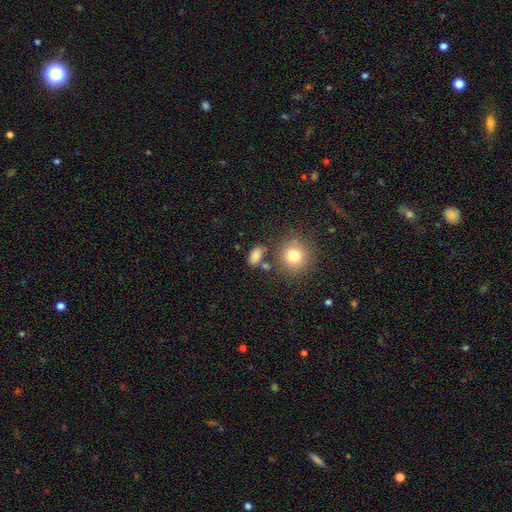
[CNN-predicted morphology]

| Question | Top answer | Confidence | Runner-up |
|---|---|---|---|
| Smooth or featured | smooth | 82% | star or artifact (12%) |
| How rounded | in between | 80% | round (16%) |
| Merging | none | 69% | minor disturbance (15%) |